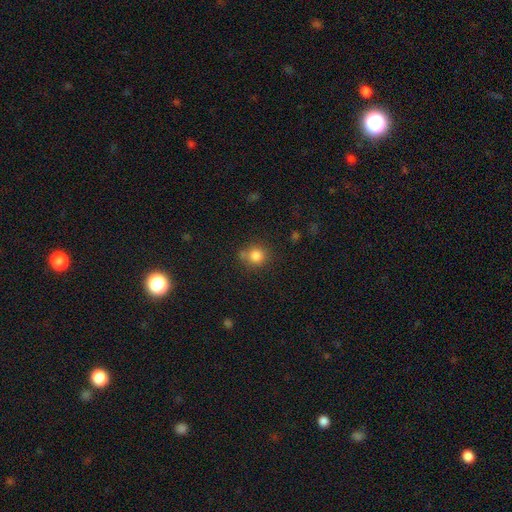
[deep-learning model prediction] This appears to be a smooth galaxy with no disk features (82%) that is round (89%). Merging: none (68%).